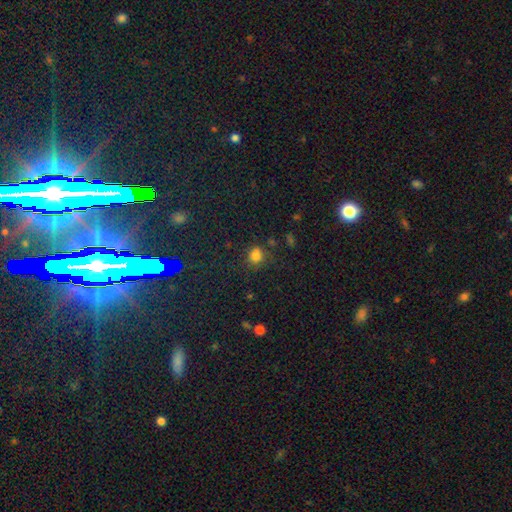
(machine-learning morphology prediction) smooth_or_featured: smooth (p=0.75) [alt: star or artifact p=0.19]
how_rounded: round (p=0.74) [alt: in between p=0.24]
merging: none (p=0.73) [alt: minor disturbance p=0.17]